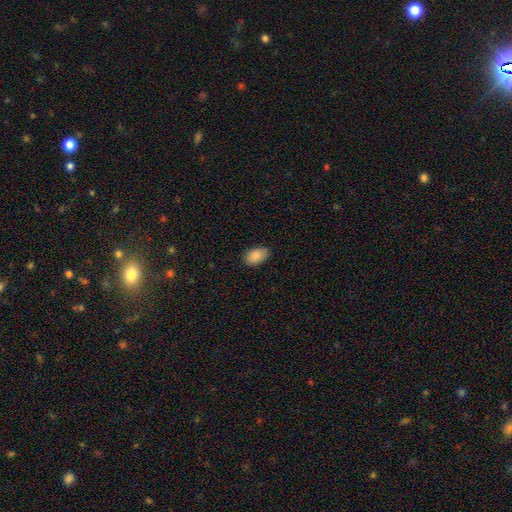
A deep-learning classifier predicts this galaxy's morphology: smooth 88%, star or artifact 7%, featured or disk 5%. Down the decision tree: how rounded — in between (92%); merging — none (85%).